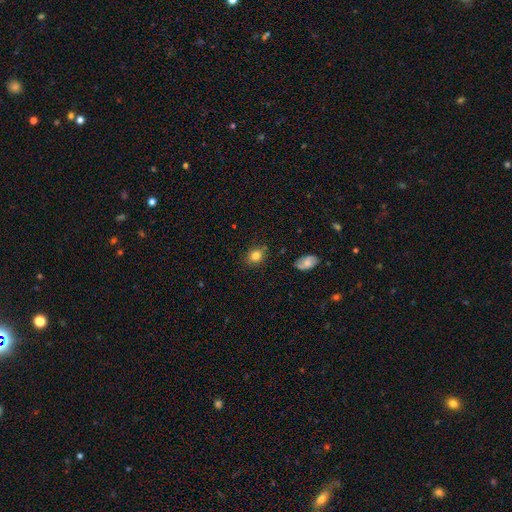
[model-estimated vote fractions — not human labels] Smooth or featured? smooth (80%)
How rounded? round (59%)
Merging? none (81%)